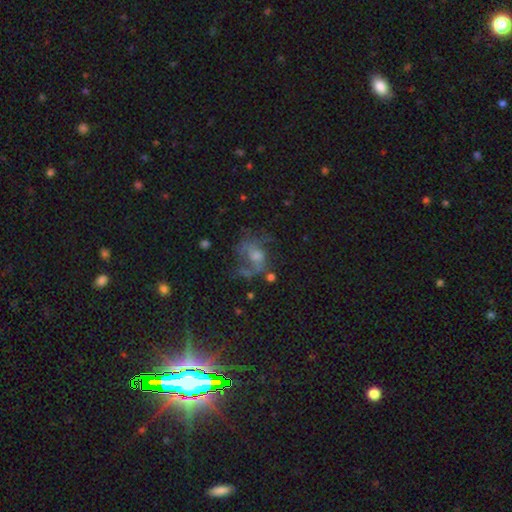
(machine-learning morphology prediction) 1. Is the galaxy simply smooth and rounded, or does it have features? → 52% featured or disk, 26% star or artifact, 22% smooth.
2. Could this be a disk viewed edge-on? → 96% no, 4% yes.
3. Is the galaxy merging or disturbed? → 39% none, 36% major disturbance, 18% minor disturbance, 7% merger.